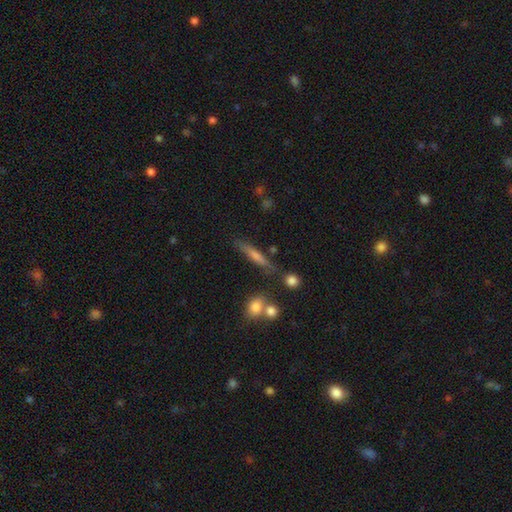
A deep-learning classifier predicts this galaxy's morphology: smooth 56%, featured or disk 34%, star or artifact 9%. Down the decision tree: how rounded — cigar-shaped (87%); merging — none (75%).